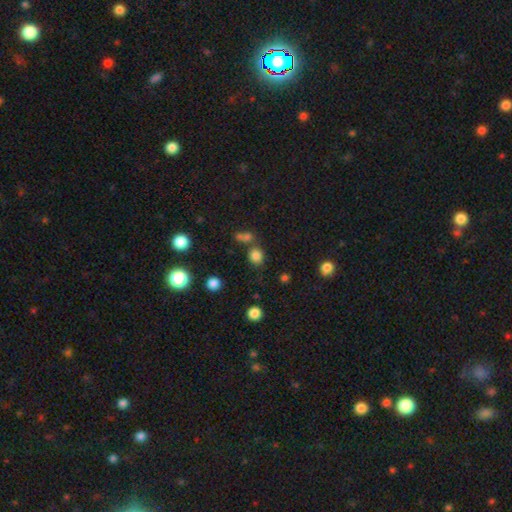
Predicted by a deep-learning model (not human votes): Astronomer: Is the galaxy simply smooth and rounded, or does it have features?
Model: smooth — 78%.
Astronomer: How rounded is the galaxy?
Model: round — 74%.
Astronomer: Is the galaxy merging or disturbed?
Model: none — 68%.